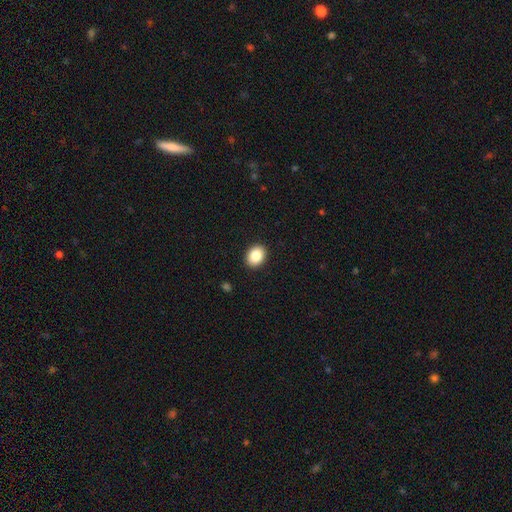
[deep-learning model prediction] The model was most divided on "how rounded": in between: 61%, round: 38%, cigar-shaped: 1%. More confident: merging — none (91%); smooth or featured — smooth (87%).